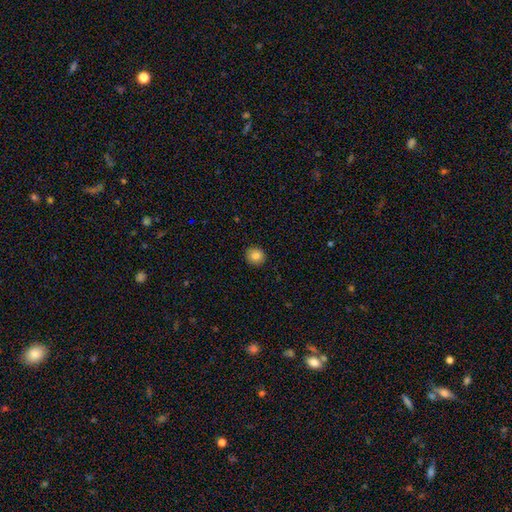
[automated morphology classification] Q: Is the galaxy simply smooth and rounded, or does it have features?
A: smooth — 85%.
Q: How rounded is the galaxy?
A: round — 90%.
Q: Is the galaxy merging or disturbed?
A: none — 91%.